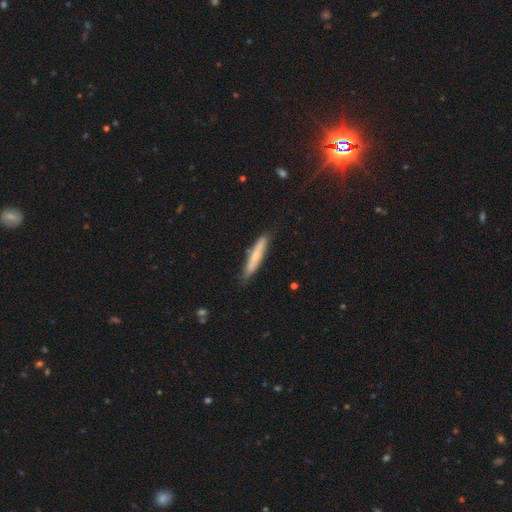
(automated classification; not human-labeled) smooth 63%, featured or disk 31%, star or artifact 6%. Down the decision tree: how rounded — cigar-shaped (93%); merging — none (84%).